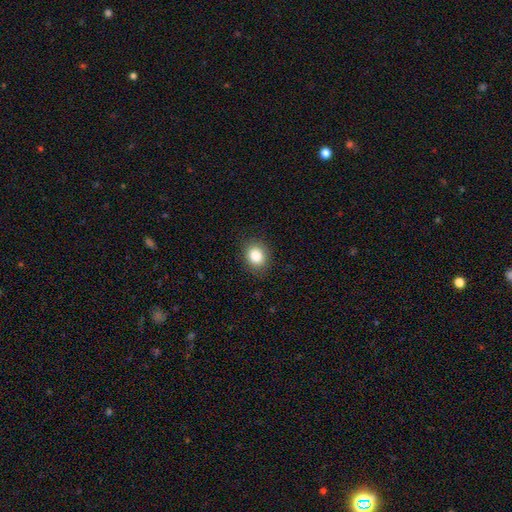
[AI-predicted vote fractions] A smooth galaxy with no disk features (85%) that is round (54%).

Vote fractions:
- Smooth or featured? smooth: 85% / star or artifact: 10% / featured or disk: 5%
- How rounded? round: 54% / in between: 45% / cigar-shaped: 1%
- Merging? none: 87% / minor disturbance: 10% / major disturbance: 3% / merger: 1%